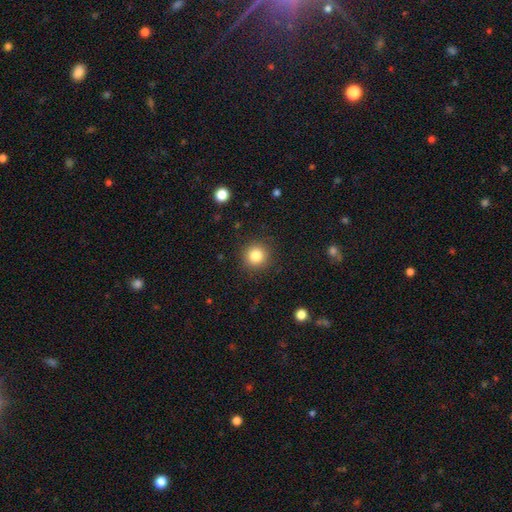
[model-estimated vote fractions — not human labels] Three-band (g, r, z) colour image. It shows a smooth galaxy with no disk features (83%) that is round (94%). Merging: none (90%).